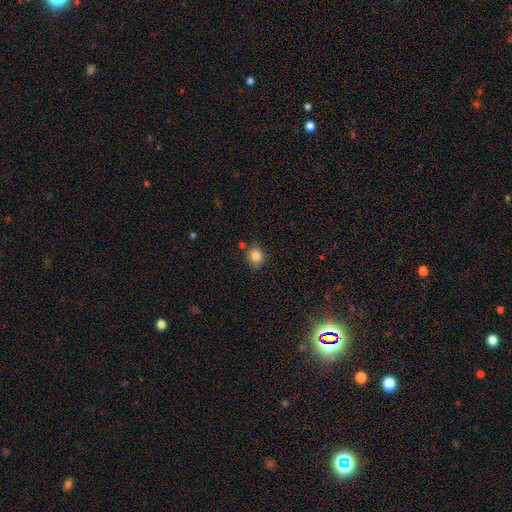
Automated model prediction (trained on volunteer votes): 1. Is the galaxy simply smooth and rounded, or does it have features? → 83% smooth, 11% star or artifact, 6% featured or disk.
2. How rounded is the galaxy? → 72% round, 27% in between, 1% cigar-shaped.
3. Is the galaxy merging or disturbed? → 77% none, 15% minor disturbance, 5% merger, 3% major disturbance.